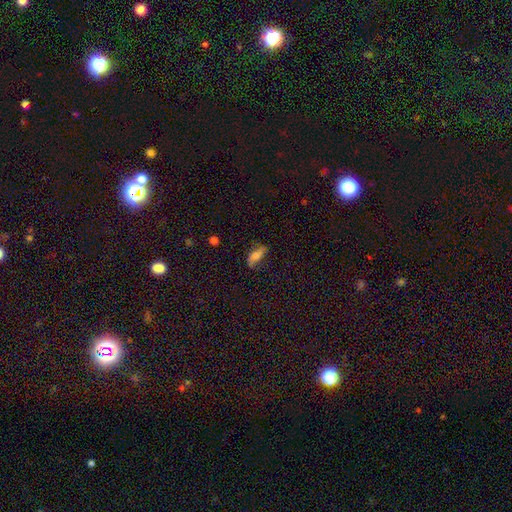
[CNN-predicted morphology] This appears to be a smooth galaxy with no disk features (62%) that is in between round and cigar-shaped (75%). Merging: none (60%).